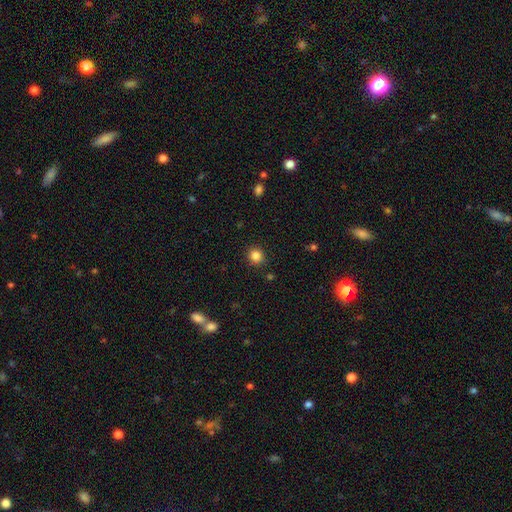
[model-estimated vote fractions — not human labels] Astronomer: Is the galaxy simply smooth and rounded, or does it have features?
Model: smooth — 85%.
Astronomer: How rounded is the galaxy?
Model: round — 87%.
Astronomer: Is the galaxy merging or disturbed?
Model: none — 90%.